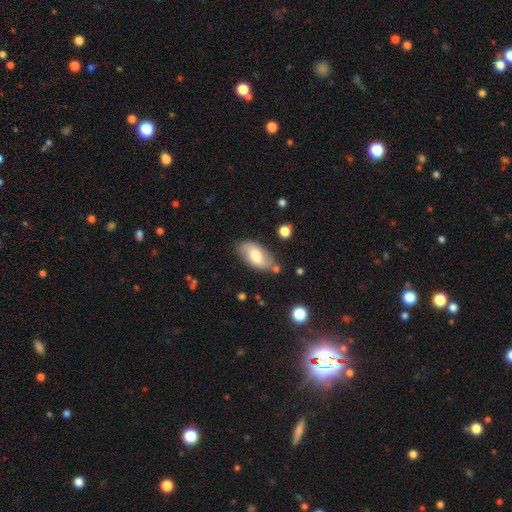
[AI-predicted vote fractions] Morphology: type=smooth (62%); roundness=in between (93%); merging=none (75%).